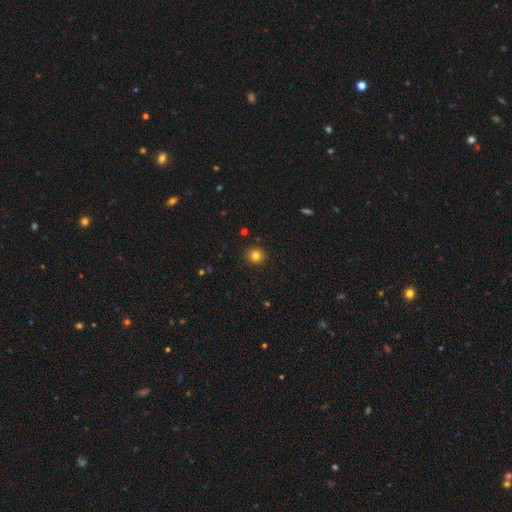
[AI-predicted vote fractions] smooth-or-featured: smooth: 81% | star or artifact: 13% | featured or disk: 6%
  how-rounded: round: 94% | in between: 5% | cigar-shaped: 1%
  merging: none: 92% | minor disturbance: 5% | major disturbance: 2% | merger: 1%